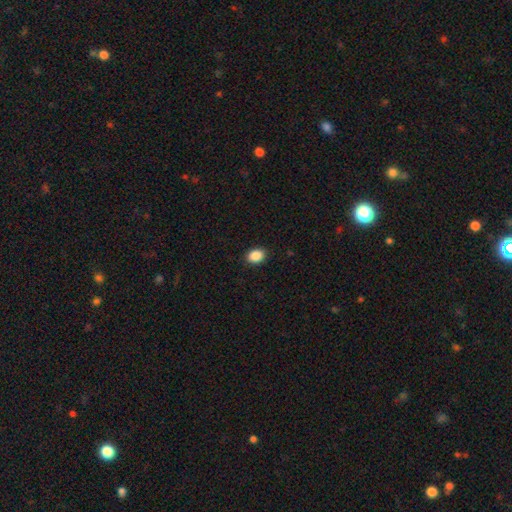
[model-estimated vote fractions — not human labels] smooth-or-featured: smooth: 88% | star or artifact: 8% | featured or disk: 3%
  how-rounded: in between: 70% | round: 29% | cigar-shaped: 1%
  merging: none: 90% | minor disturbance: 8% | major disturbance: 2% | merger: 1%